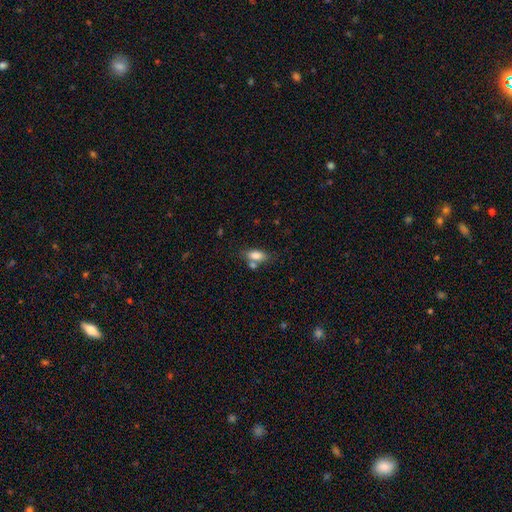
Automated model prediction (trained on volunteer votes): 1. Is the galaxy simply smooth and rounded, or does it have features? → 80% smooth, 12% featured or disk, 8% star or artifact.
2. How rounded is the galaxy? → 82% in between, 13% cigar-shaped, 5% round.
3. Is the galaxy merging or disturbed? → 57% none, 23% merger, 15% minor disturbance, 5% major disturbance.